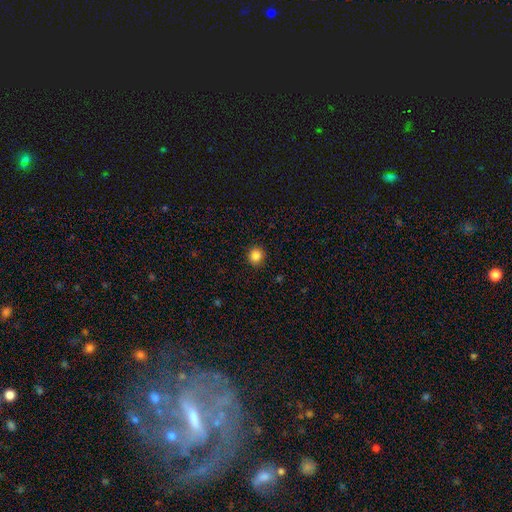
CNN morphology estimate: This appears to be a smooth galaxy with no disk features (85%) that is round (87%). Merging: none (91%).